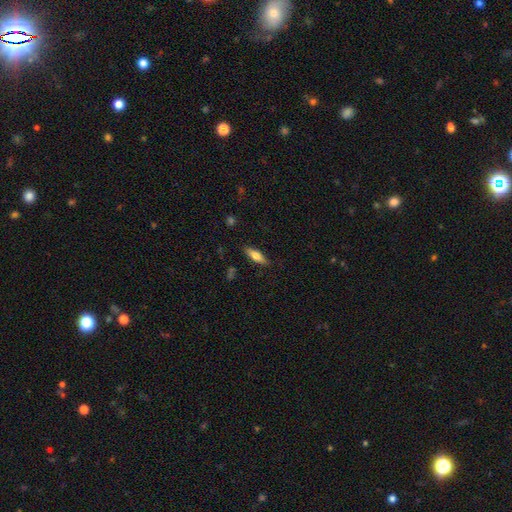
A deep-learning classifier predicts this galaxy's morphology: type=smooth (66%); roundness=cigar-shaped (49%); merging=none (85%).